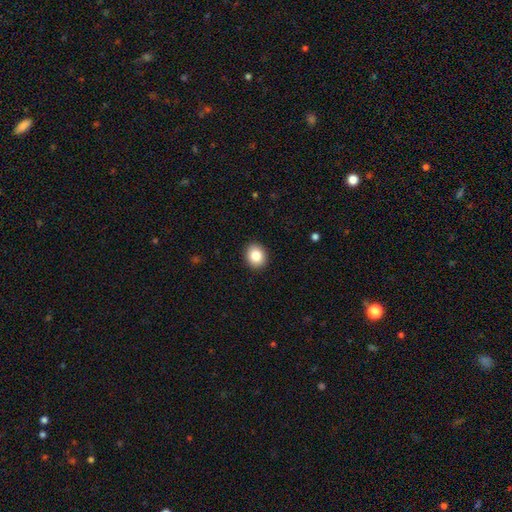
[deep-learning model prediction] smooth-or-featured: smooth: 85% | star or artifact: 9% | featured or disk: 7%
  how-rounded: round: 64% | in between: 35% | cigar-shaped: 1%
  merging: none: 91% | minor disturbance: 6% | major disturbance: 2% | merger: 1%